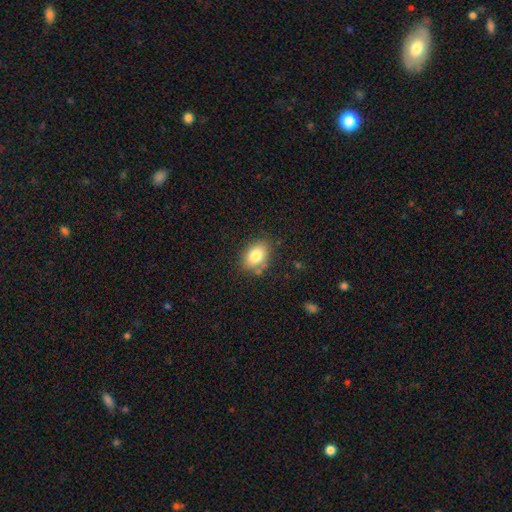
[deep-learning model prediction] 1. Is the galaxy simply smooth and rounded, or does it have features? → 82% smooth, 9% featured or disk, 9% star or artifact.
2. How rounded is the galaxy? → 73% in between, 26% round, 1% cigar-shaped.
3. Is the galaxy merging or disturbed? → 78% none, 15% minor disturbance, 4% major disturbance, 3% merger.